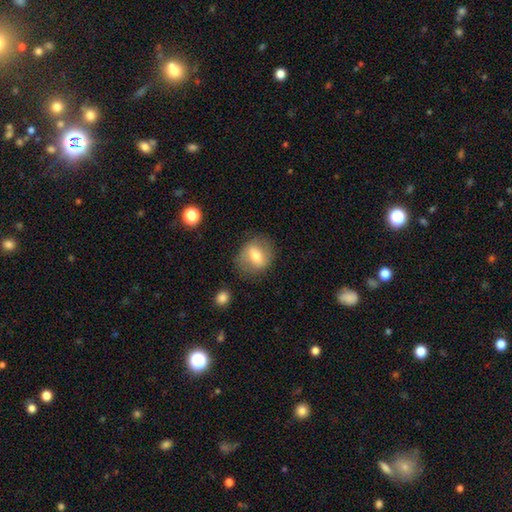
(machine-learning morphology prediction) Overall: smooth (58%; featured or disk 35%). How rounded: round (56%; in between 41%). Merging: none (79%).